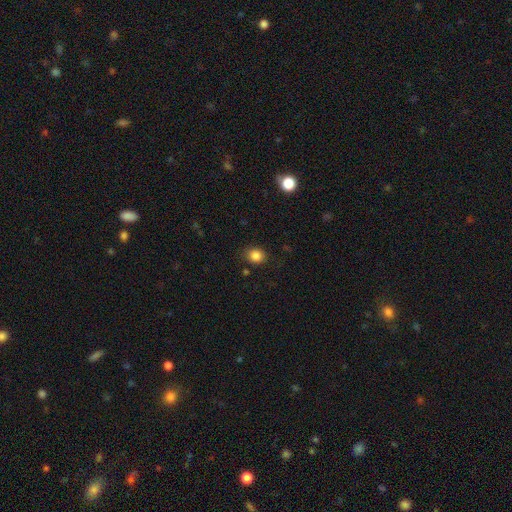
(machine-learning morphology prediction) smooth 85%, star or artifact 11%, featured or disk 5%. Down the decision tree: how rounded — round (71%); merging — none (85%).